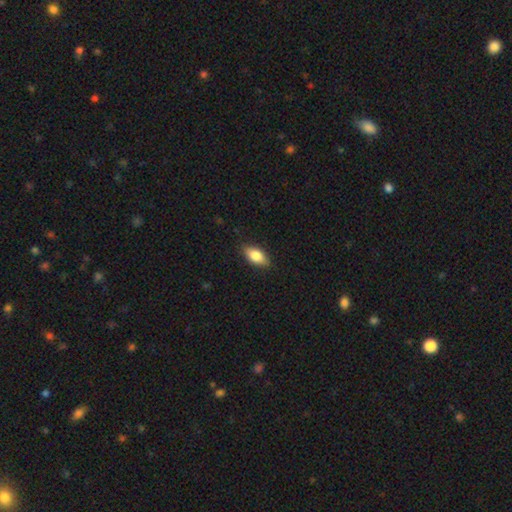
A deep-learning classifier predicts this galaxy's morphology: Smooth or featured? smooth (82%)
How rounded? in between (89%)
Merging? none (86%)